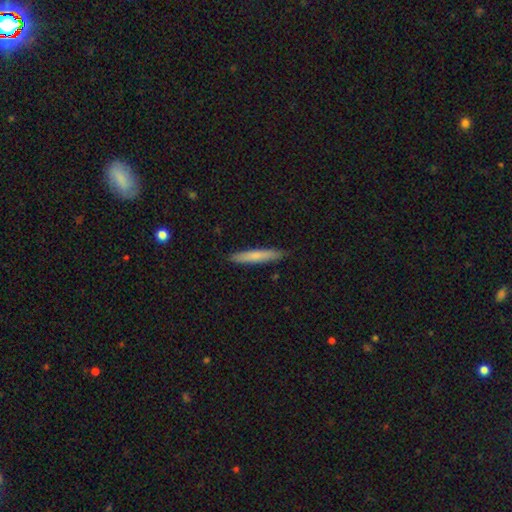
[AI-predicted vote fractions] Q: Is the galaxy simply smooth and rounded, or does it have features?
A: smooth — 70%.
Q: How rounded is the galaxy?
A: cigar-shaped — 93%.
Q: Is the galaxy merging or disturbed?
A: none — 88%.